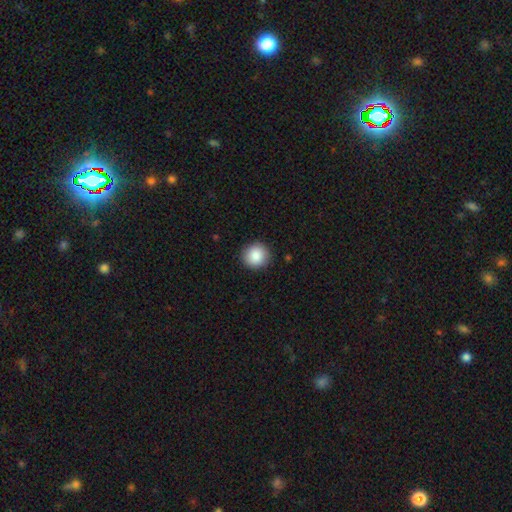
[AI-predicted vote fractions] smooth_or_featured: smooth (p=0.87) [alt: star or artifact p=0.08]
how_rounded: round (p=0.91) [alt: in between p=0.08]
merging: none (p=0.90) [alt: minor disturbance p=0.07]